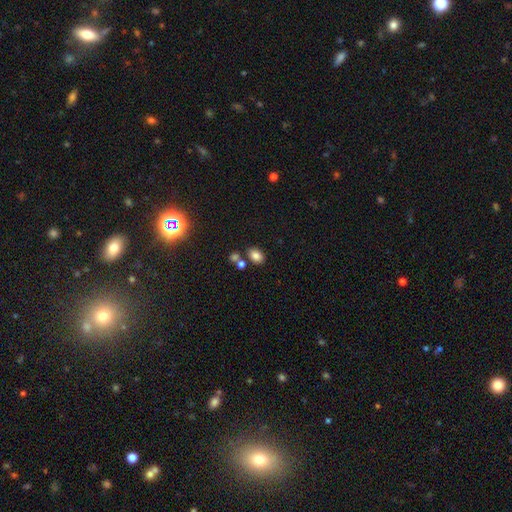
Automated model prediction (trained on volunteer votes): Smooth or featured: smooth — 81% (star or artifact — 11%)
How rounded: in between — 76% (round — 23%)
Merging: none — 71% (merger — 15%)